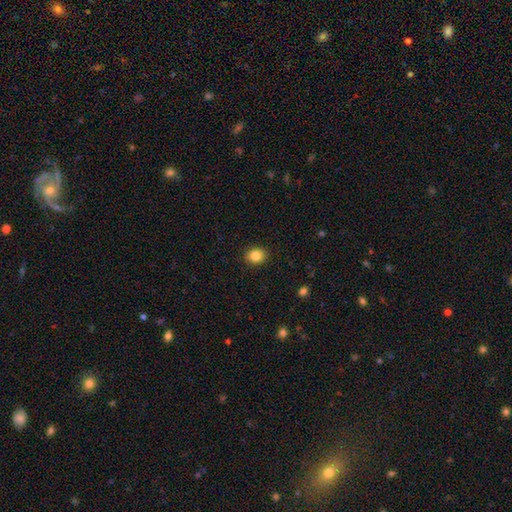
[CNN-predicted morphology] type=smooth (85%); roundness=round (56%); merging=none (90%).